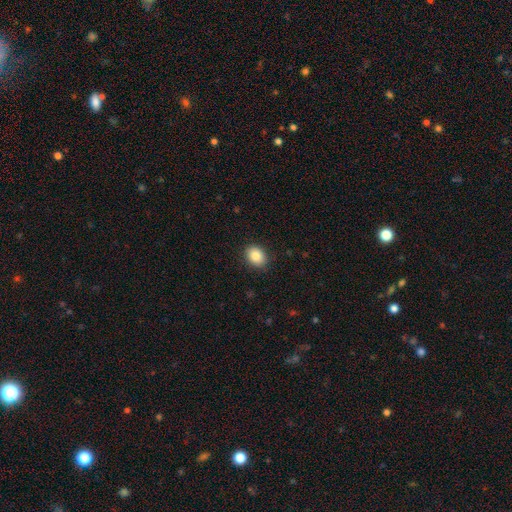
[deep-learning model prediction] Smooth or featured: smooth — 87% (star or artifact — 8%)
How rounded: in between — 61% (round — 38%)
Merging: none — 89% (minor disturbance — 8%)